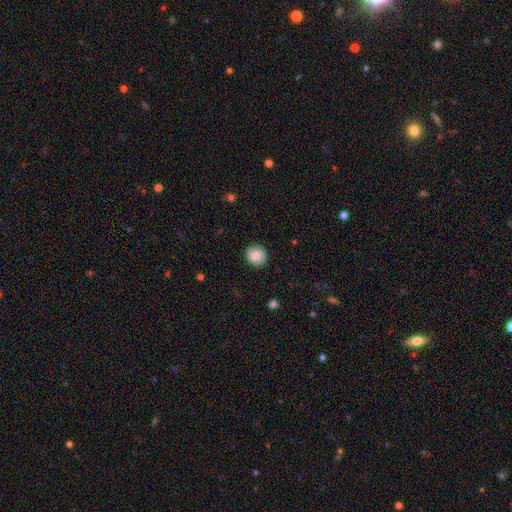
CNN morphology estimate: type=smooth (78%); roundness=round (76%); merging=none (86%).